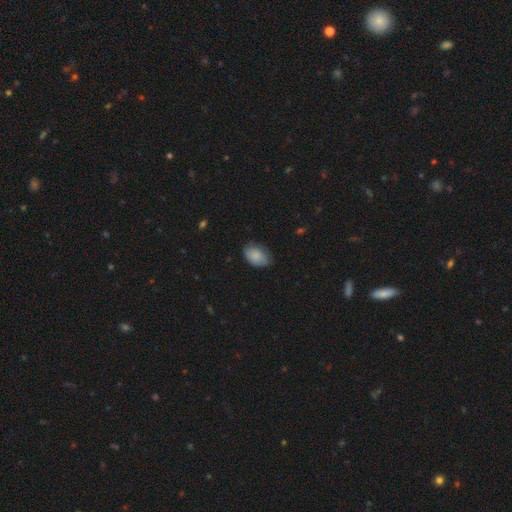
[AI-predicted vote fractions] A smooth galaxy with no disk features (84%) that is in between round and cigar-shaped (86%). Merging: none (69%).